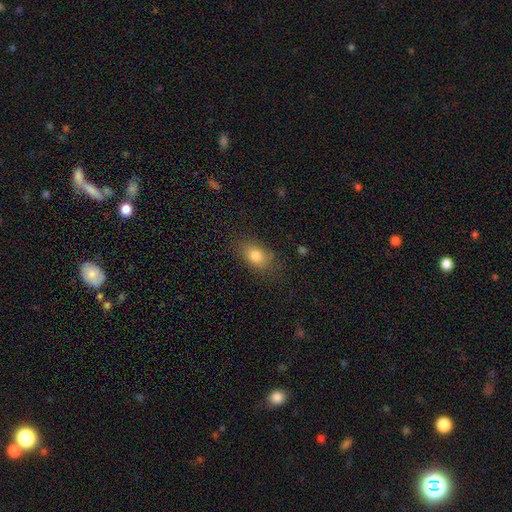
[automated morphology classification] Smooth or featured?
  - smooth: 80% *
  - featured or disk: 10%
  - star or artifact: 10%
How rounded?
  - in between: 78% *
  - round: 20%
  - cigar-shaped: 2%
Merging?
  - none: 77% *
  - minor disturbance: 16%
  - major disturbance: 5%
  - merger: 1%